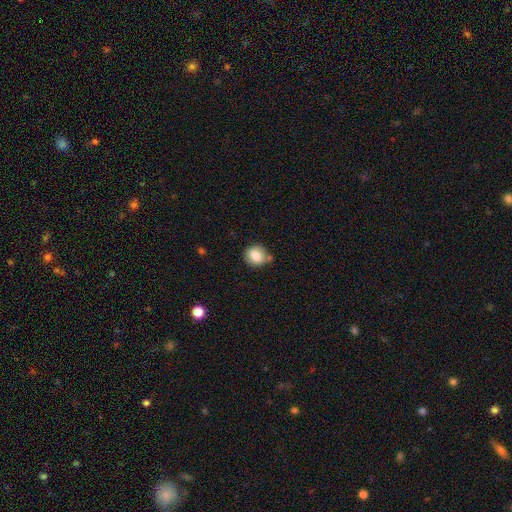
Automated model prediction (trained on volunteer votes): Morphology: type=smooth (82%); roundness=round (76%); merging=none (71%).